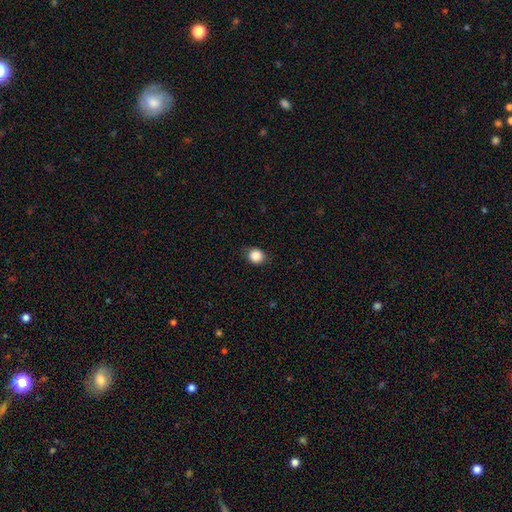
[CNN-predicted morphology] smooth-or-featured: smooth: 86% | star or artifact: 10% | featured or disk: 4%
  how-rounded: round: 81% | in between: 18% | cigar-shaped: 1%
  merging: none: 84% | minor disturbance: 12% | major disturbance: 3% | merger: 1%